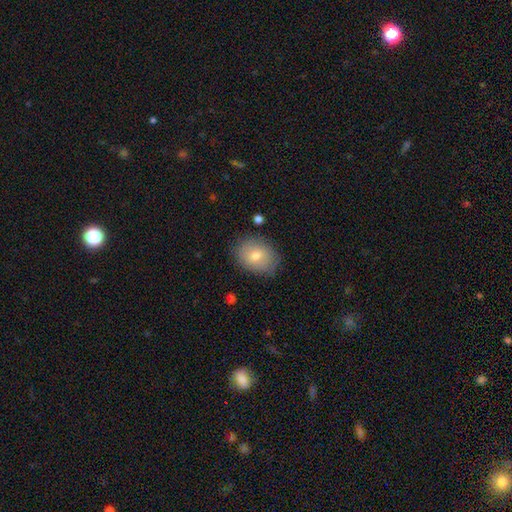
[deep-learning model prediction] Morphology: type=smooth (75%); roundness=in between (60%); merging=none (79%).